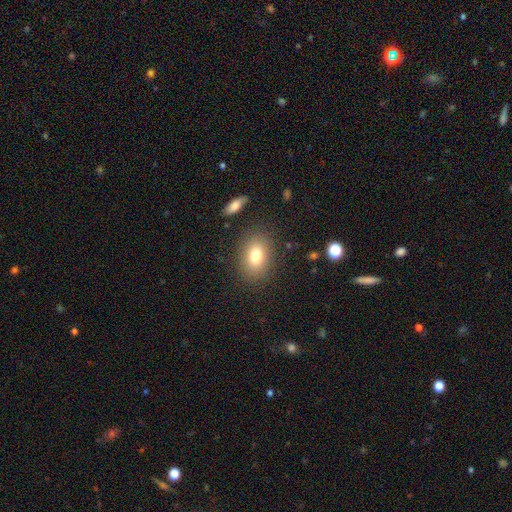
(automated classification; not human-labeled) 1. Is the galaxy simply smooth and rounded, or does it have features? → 78% smooth, 12% featured or disk, 10% star or artifact.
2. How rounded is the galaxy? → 77% in between, 22% round, 2% cigar-shaped.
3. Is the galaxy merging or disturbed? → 84% none, 10% minor disturbance, 4% major disturbance, 2% merger.